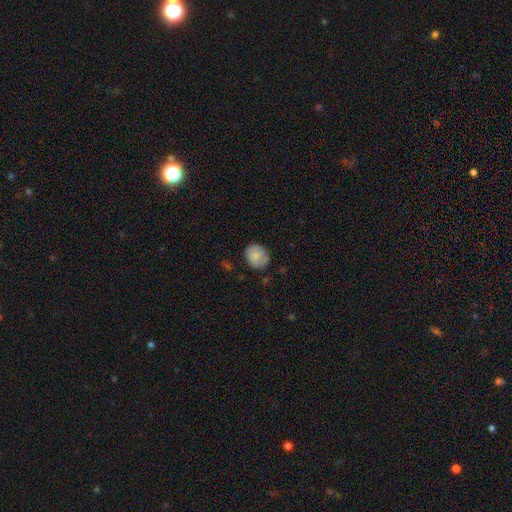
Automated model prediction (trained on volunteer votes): Smooth or featured: smooth — 77% (featured or disk — 16%)
How rounded: round — 66% (in between — 33%)
Merging: none — 70% (minor disturbance — 23%)